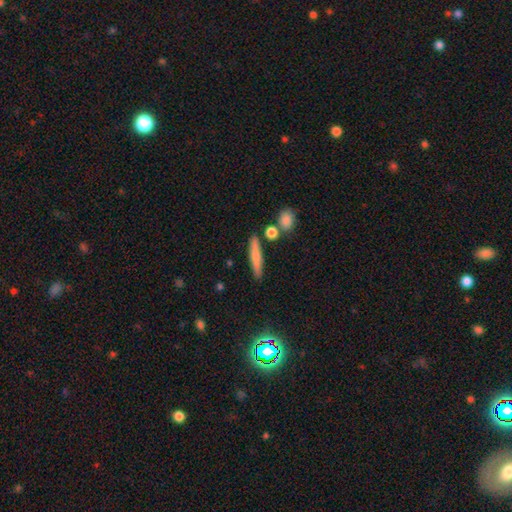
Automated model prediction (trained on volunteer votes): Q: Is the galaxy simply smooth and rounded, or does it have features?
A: smooth — 71%.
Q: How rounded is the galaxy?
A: cigar-shaped — 89%.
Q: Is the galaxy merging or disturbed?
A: none — 83%.